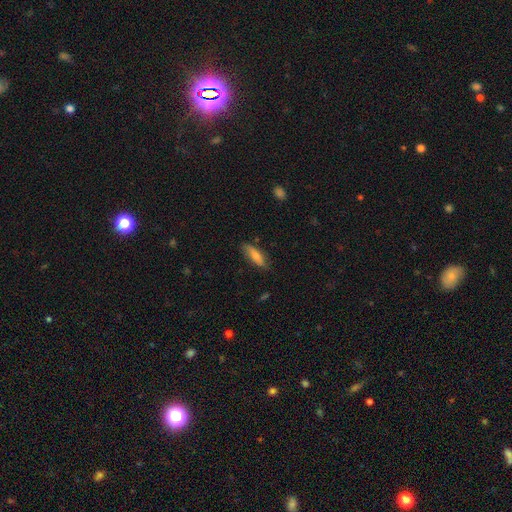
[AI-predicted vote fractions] Smooth or featured?
  - smooth: 67% *
  - featured or disk: 26%
  - star or artifact: 7%
How rounded?
  - in between: 52% *
  - cigar-shaped: 45%
  - round: 2%
Merging?
  - none: 77% *
  - minor disturbance: 18%
  - major disturbance: 3%
  - merger: 1%